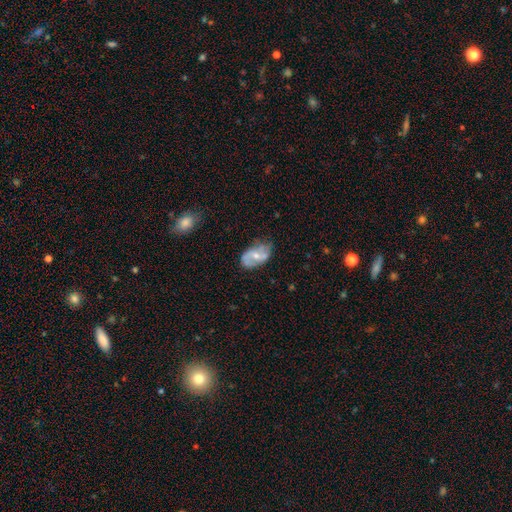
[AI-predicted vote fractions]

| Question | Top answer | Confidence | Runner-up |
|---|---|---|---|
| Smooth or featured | featured or disk | 65% | smooth (29%) |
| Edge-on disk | no | 96% | yes (4%) |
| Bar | no | 46% | weak (41%) |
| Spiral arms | yes | 77% | no (23%) |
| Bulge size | moderate | 50% | small (44%) |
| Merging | none | 55% | minor disturbance (30%) |